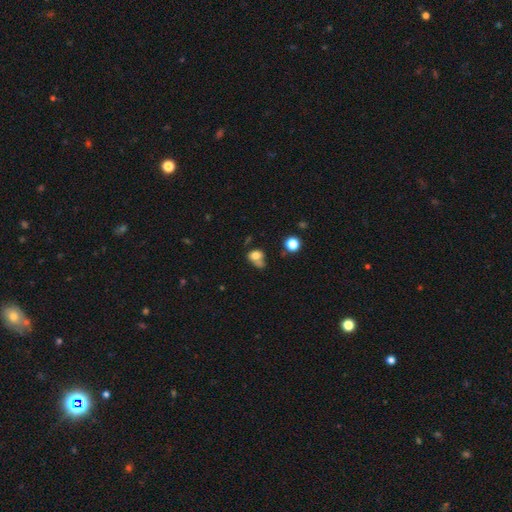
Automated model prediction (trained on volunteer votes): This is likely a smooth galaxy (74%). How rounded: possibly round (50%). Merging: marginally none (33%).